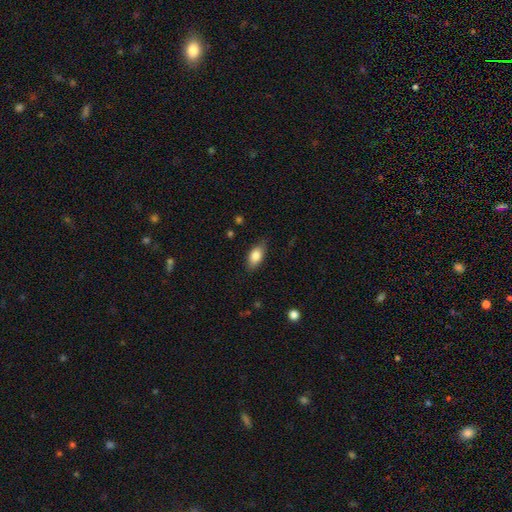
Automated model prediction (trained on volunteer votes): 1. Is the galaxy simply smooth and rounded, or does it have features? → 82% smooth, 11% featured or disk, 7% star or artifact.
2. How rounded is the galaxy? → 88% in between, 6% cigar-shaped, 6% round.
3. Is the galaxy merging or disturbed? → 80% none, 16% minor disturbance, 3% major disturbance, 1% merger.